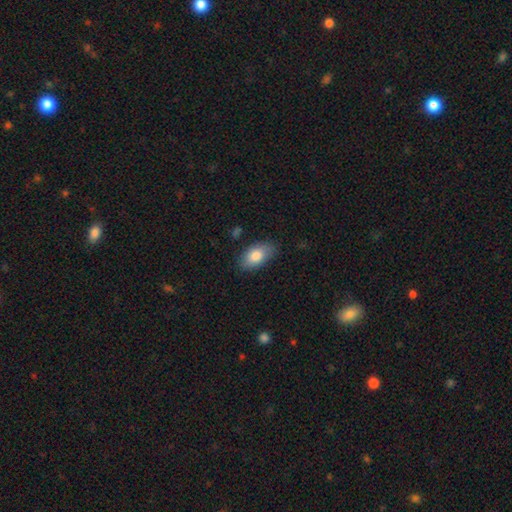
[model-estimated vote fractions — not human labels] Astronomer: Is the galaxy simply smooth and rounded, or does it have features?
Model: smooth — 83%.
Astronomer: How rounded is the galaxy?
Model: in between — 93%.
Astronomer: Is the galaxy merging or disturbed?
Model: none — 80%.